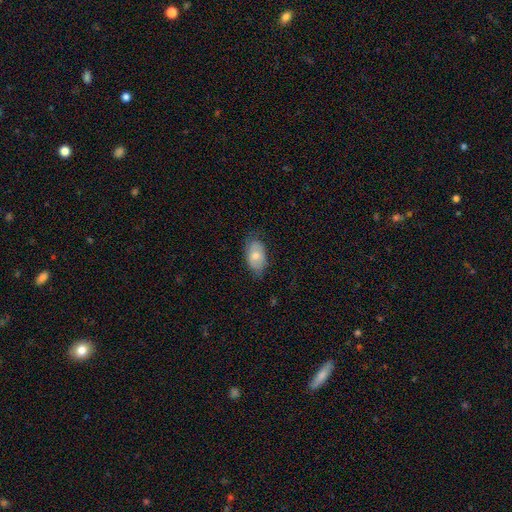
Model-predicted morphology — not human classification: Smooth or featured? Predicted: smooth (p=0.67). How rounded? Predicted: in between (p=0.92). Merging? Predicted: none (p=0.71).